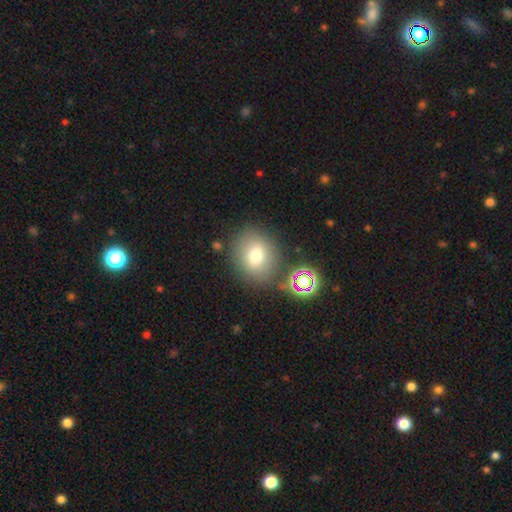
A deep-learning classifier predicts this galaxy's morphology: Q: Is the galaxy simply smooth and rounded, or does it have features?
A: smooth — 75%.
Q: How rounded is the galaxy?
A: round — 70%.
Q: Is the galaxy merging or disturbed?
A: none — 76%.